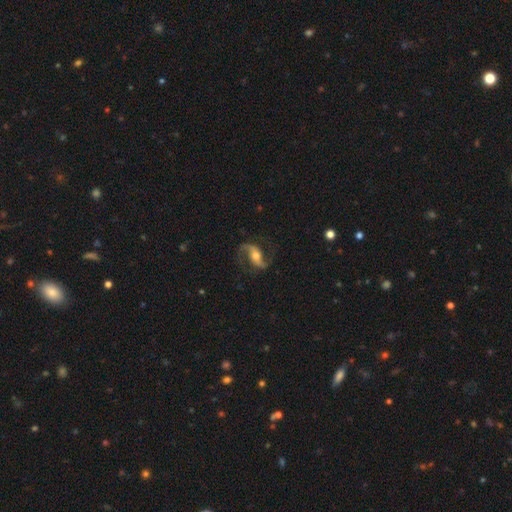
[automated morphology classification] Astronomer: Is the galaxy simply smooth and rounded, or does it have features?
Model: featured or disk — 89%.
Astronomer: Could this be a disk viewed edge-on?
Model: no — 96%.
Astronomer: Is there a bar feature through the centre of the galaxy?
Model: no — 35% (runner-up: strong, 33%).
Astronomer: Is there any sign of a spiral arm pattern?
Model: yes — 97%.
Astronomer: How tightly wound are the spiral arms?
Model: loose — 59% (runner-up: medium, 34%).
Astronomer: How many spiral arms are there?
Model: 2 — 93%.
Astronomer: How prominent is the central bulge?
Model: moderate — 67%.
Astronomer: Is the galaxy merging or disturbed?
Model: none — 79%.